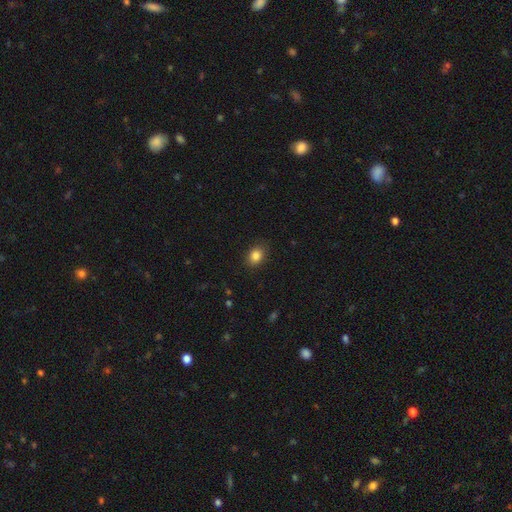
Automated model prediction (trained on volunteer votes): A smooth galaxy with no disk features (85%) that is in between round and cigar-shaped (60%). Merging: none (85%).